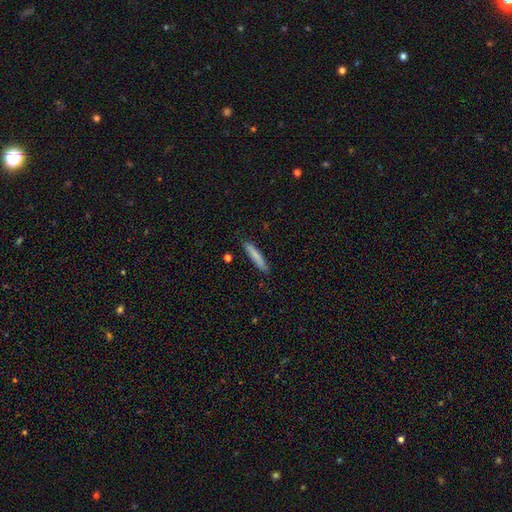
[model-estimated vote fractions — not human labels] smooth_or_featured: smooth (p=0.79) [alt: featured or disk p=0.15]
how_rounded: cigar-shaped (p=0.93) [alt: in between p=0.05]
merging: none (p=0.88) [alt: minor disturbance p=0.09]